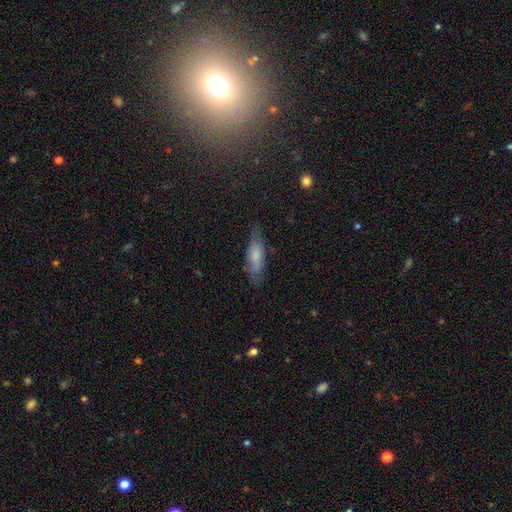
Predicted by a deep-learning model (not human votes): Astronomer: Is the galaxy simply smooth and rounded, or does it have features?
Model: smooth — 70%.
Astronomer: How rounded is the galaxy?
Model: in between — 53% (runner-up: cigar-shaped, 45%).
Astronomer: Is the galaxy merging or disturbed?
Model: none — 70%.